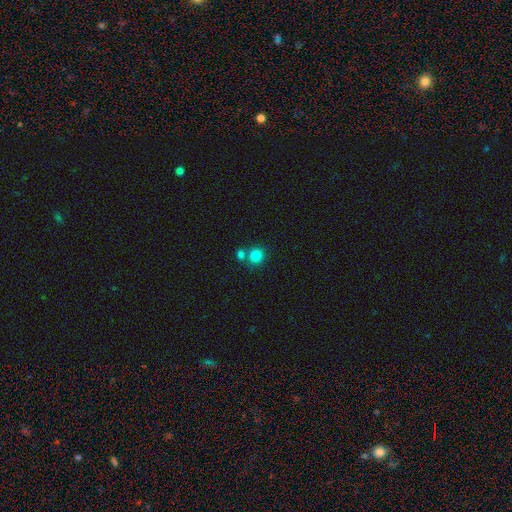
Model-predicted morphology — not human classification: The model was most divided on "merging": none: 61%, merger: 27%, minor disturbance: 9%, major disturbance: 3%. More confident: how rounded — round (84%); smooth or featured — smooth (82%).